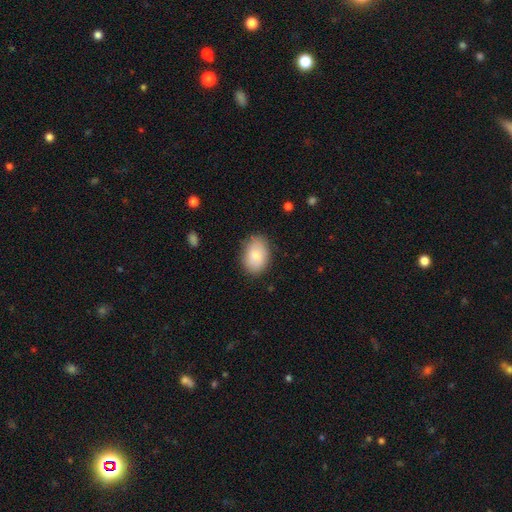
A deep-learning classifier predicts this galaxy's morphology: Overall: smooth (81%). How rounded: in between (82%). Merging: none (83%).